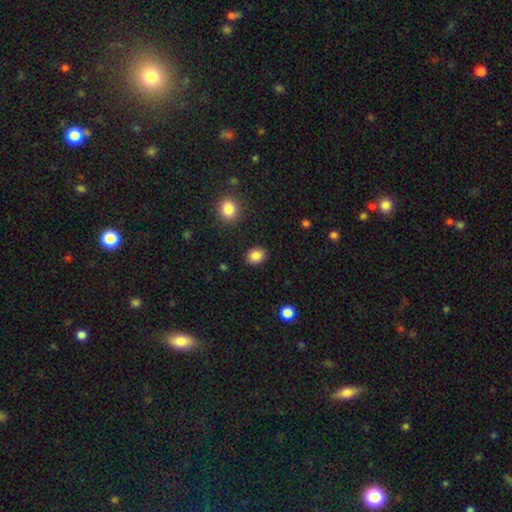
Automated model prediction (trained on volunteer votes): This appears to be a smooth galaxy with no disk features (87%) that is in between round and cigar-shaped (56%). Merging: none (88%).